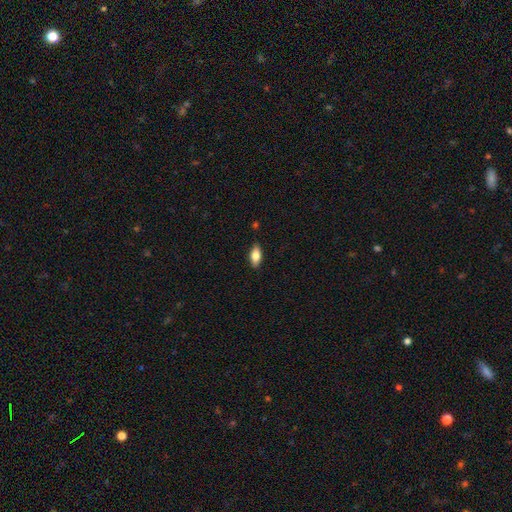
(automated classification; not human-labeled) This appears to be a smooth galaxy with no disk features (75%) that is in between round and cigar-shaped (85%). Merging: none (86%).